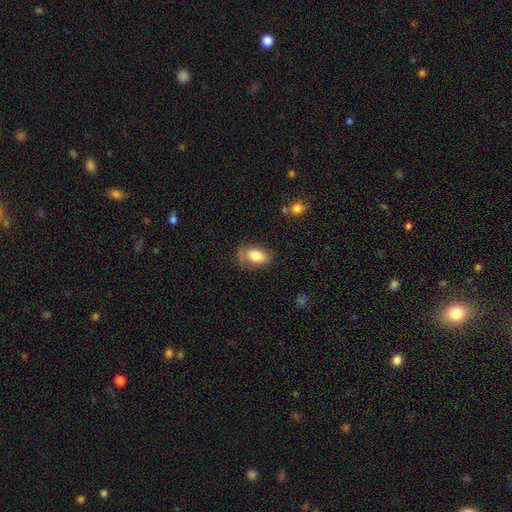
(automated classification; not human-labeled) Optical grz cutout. It shows a smooth galaxy with no disk features (77%) that is in between round and cigar-shaped (88%). Merging: none (55%).